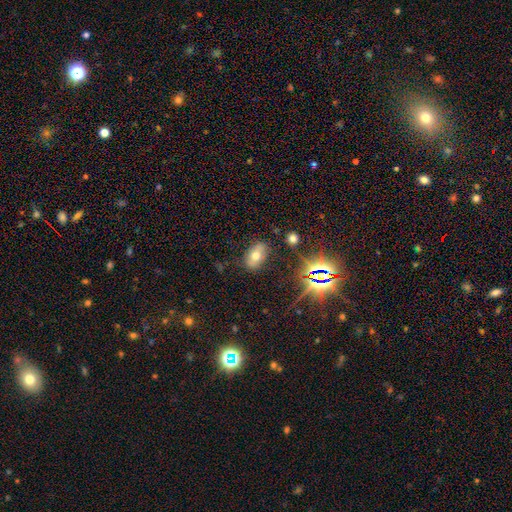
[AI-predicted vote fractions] Overall: smooth (57%; featured or disk 23%). How rounded: in between (88%). Merging: none (80%).